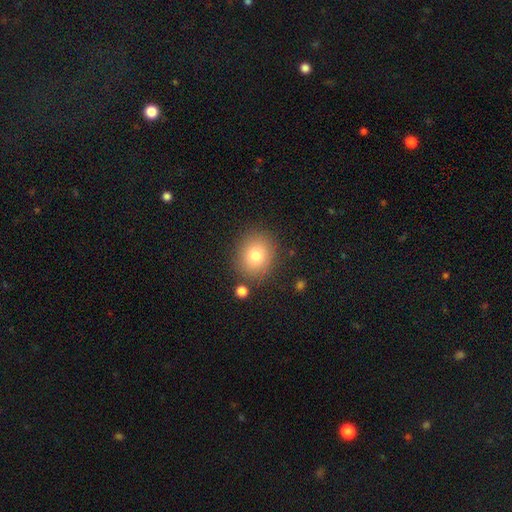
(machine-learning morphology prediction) This is likely a smooth galaxy (78%). How rounded: likely round (70%). Merging: clearly none (83%).